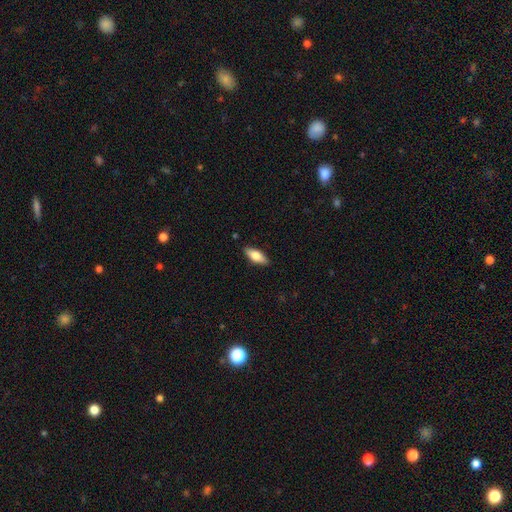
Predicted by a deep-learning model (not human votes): Q: Smooth or featured?
A: smooth (71%); runner-up: featured or disk (23%)
Q: How rounded?
A: in between (73%); runner-up: cigar-shaped (24%)
Q: Merging?
A: none (88%); runner-up: minor disturbance (9%)